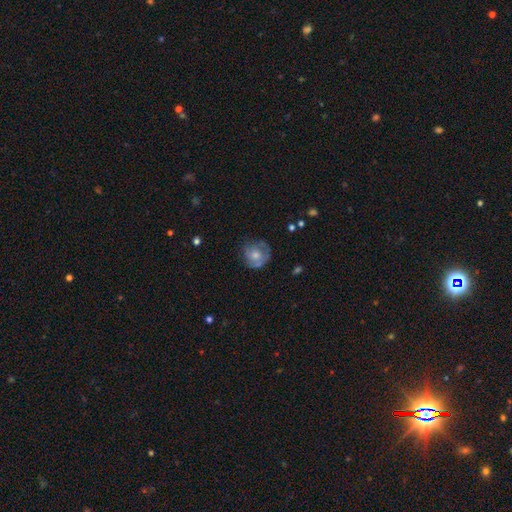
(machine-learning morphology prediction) smooth-or-featured: smooth: 49% | featured or disk: 43% | star or artifact: 8%
  merging: none: 60% | minor disturbance: 25% | major disturbance: 13% | merger: 3%